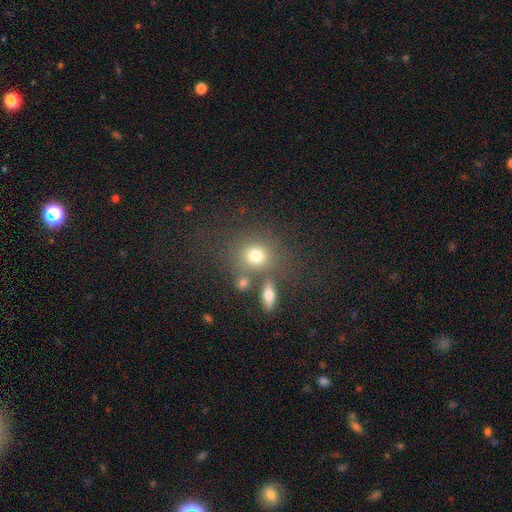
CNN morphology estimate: This is likely a smooth galaxy (75%). How rounded: likely round (74%). Merging: likely none (68%).